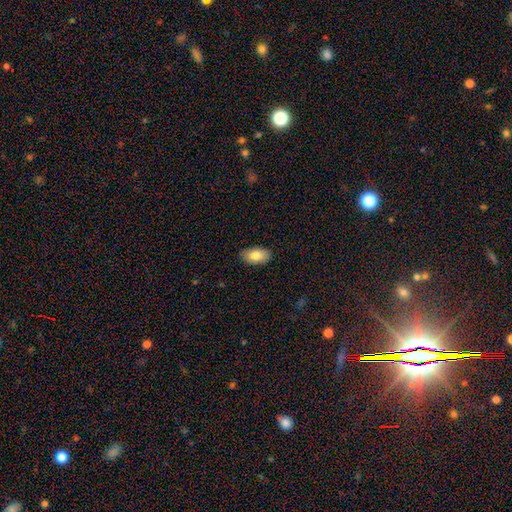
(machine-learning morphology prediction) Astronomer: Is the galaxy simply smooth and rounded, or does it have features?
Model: smooth — 81%.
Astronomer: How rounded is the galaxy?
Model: in between — 94%.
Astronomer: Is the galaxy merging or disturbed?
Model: none — 87%.